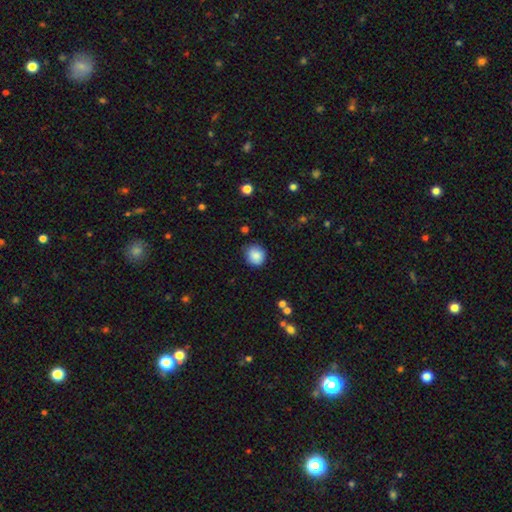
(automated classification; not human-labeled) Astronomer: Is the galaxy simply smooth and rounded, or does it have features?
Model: smooth — 86%.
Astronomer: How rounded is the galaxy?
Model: round — 86%.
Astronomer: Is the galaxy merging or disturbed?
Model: none — 81%.